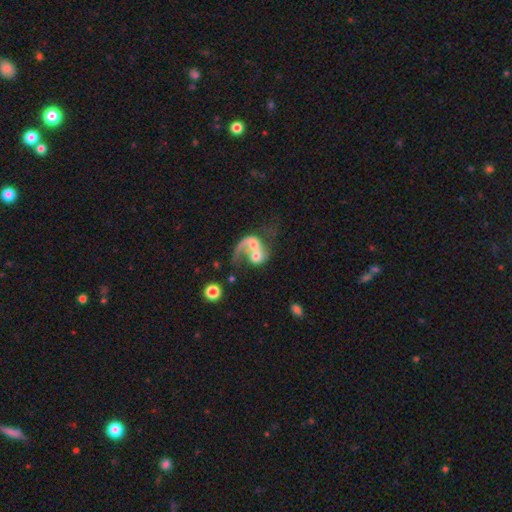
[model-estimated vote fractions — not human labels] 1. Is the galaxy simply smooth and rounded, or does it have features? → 65% featured or disk, 27% smooth, 7% star or artifact.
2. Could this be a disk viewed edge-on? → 98% no, 2% yes.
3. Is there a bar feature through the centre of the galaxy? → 72% no, 23% weak, 5% strong.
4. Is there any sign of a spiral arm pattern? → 76% yes, 24% no.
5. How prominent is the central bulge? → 52% moderate, 24% small, 13% large, 8% none, 3% dominant.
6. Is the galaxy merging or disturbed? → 68% merger, 15% major disturbance, 12% none, 6% minor disturbance.